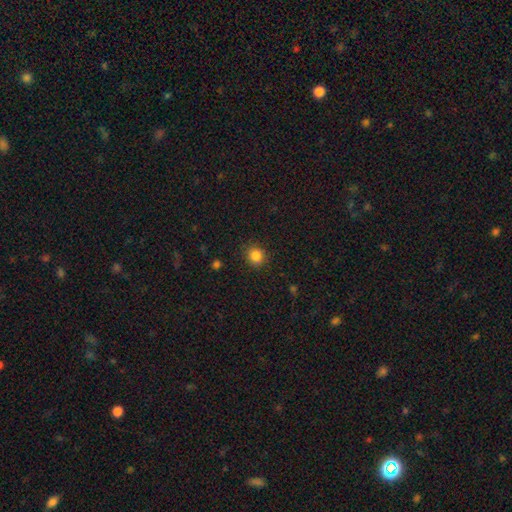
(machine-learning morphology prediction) type=smooth (84%); roundness=round (89%); merging=none (89%).